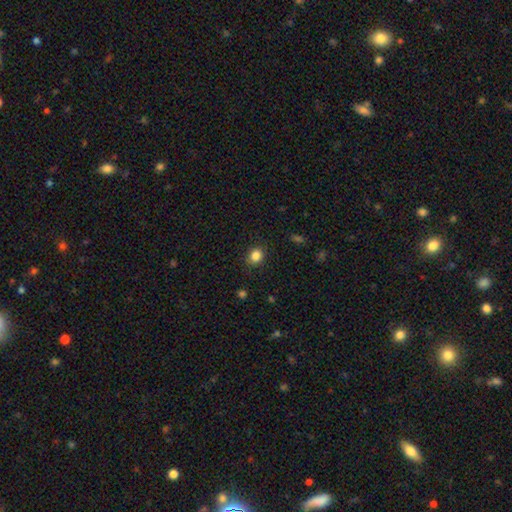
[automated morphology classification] Smooth or featured? Predicted: smooth (p=0.85). How rounded? Predicted: round (p=0.66). Merging? Predicted: none (p=0.87).